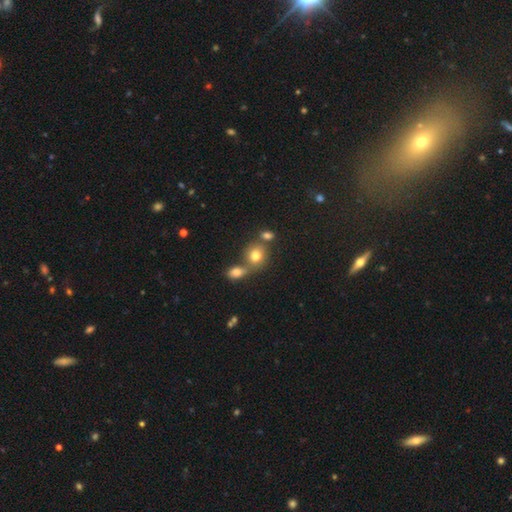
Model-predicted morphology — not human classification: Smooth or featured: smooth — 77% (star or artifact — 13%)
How rounded: round — 73% (in between — 25%)
Merging: none — 52% (merger — 34%)